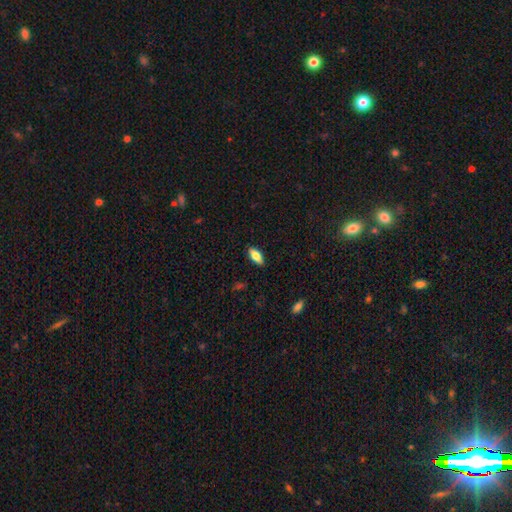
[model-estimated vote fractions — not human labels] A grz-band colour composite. It shows a smooth galaxy with no disk features (72%) that is in between round and cigar-shaped (79%). Merging: none (88%).